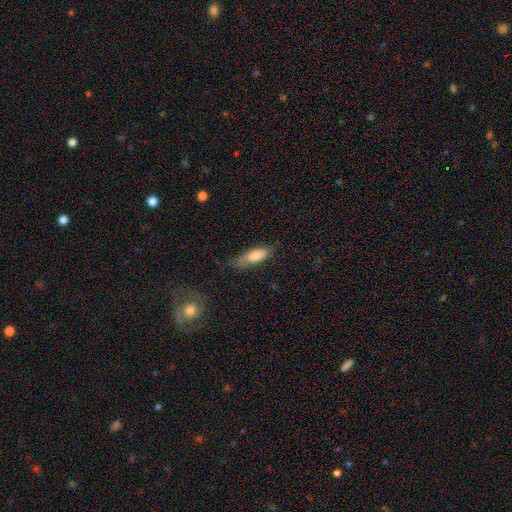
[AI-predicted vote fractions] This appears to be a smooth galaxy with no disk features (75%) that is in between round and cigar-shaped (54%). Merging: none (57%).